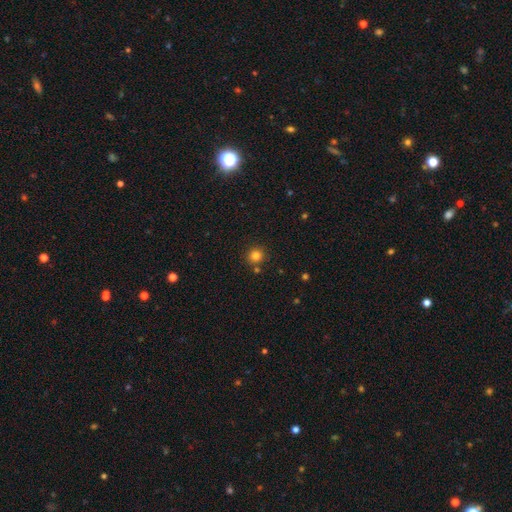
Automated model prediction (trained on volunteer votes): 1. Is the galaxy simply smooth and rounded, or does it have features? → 81% smooth, 13% star or artifact, 5% featured or disk.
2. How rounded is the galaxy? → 92% round, 7% in between, 1% cigar-shaped.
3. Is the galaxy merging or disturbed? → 83% none, 8% merger, 7% minor disturbance, 2% major disturbance.